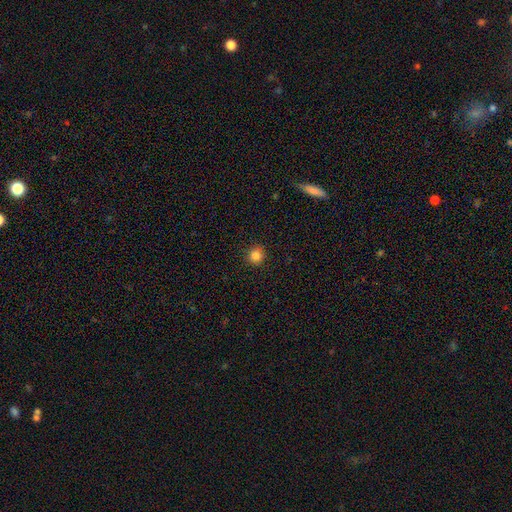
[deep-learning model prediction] Q: Smooth or featured?
A: smooth (84%); runner-up: star or artifact (12%)
Q: How rounded?
A: round (91%); runner-up: in between (8%)
Q: Merging?
A: none (91%); runner-up: minor disturbance (6%)